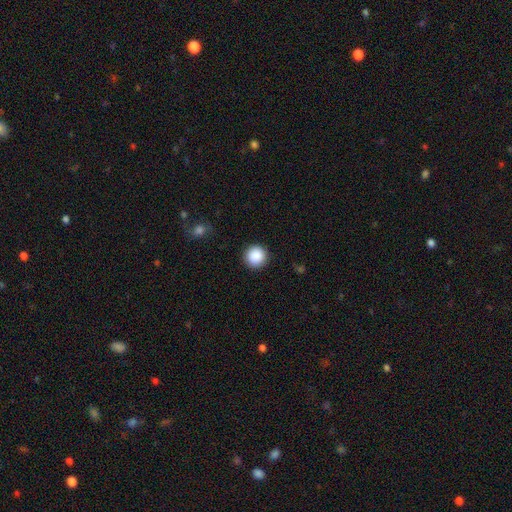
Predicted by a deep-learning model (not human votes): Smooth or featured? smooth (89%)
How rounded? round (96%)
Merging? none (91%)